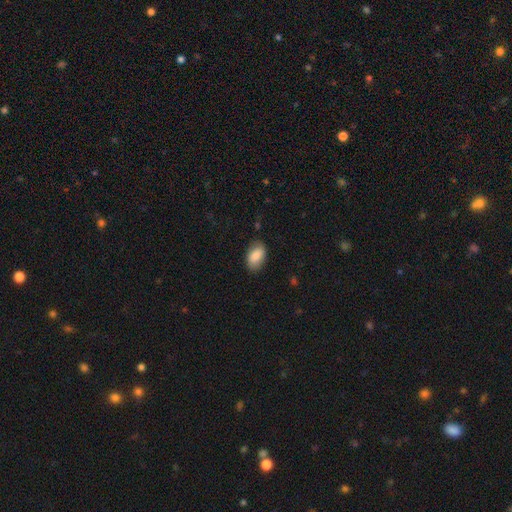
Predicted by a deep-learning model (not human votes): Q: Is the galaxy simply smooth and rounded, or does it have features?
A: smooth — 84%.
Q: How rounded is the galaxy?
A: in between — 92%.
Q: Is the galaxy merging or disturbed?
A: none — 81%.